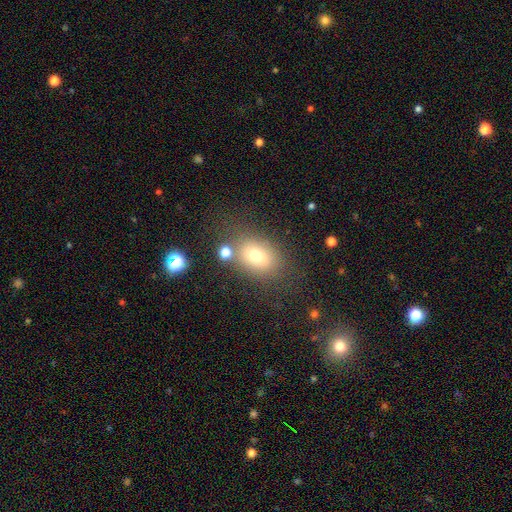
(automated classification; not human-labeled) The model was most divided on "how rounded": in between: 67%, round: 32%, cigar-shaped: 1%. More confident: smooth or featured — smooth (72%); merging — none (69%).